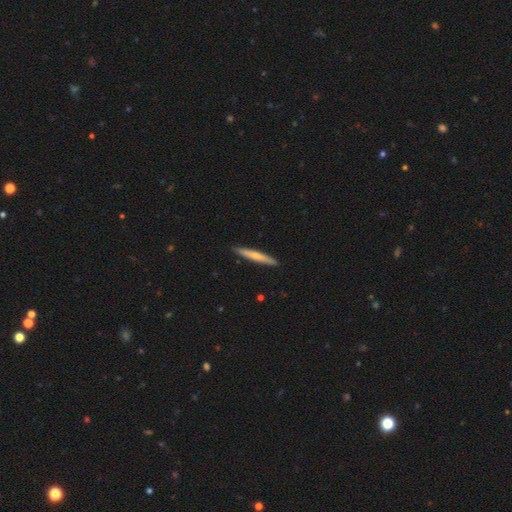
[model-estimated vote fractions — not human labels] This appears to be a smooth galaxy with no disk features (59%) that is cigar-shaped (95%). Merging: none (91%).